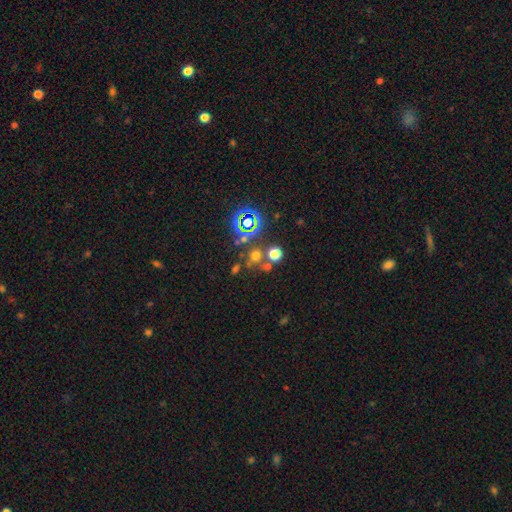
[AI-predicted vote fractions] smooth_or_featured: smooth (p=0.54) [alt: star or artifact p=0.36]
how_rounded: round (p=0.86) [alt: in between p=0.13]
merging: none (p=0.64) [alt: merger p=0.23]